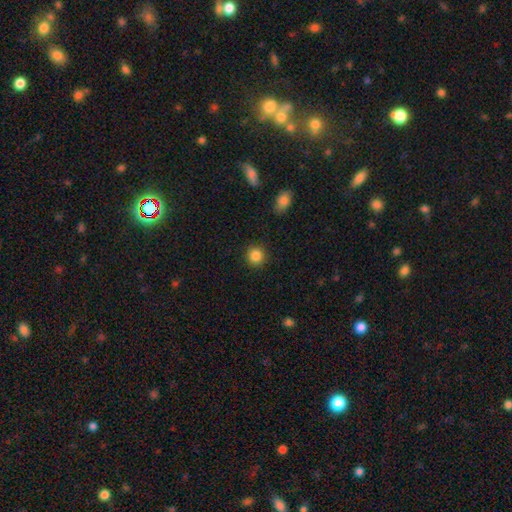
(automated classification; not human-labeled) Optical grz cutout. It shows a smooth galaxy with no disk features (86%) that is round (92%). Merging: none (89%).